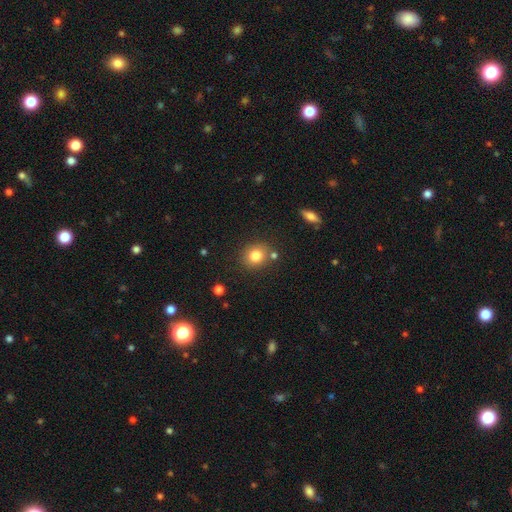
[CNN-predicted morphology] smooth_or_featured: smooth (p=0.82) [alt: star or artifact p=0.11]
how_rounded: round (p=0.76) [alt: in between p=0.23]
merging: none (p=0.78) [alt: minor disturbance p=0.11]